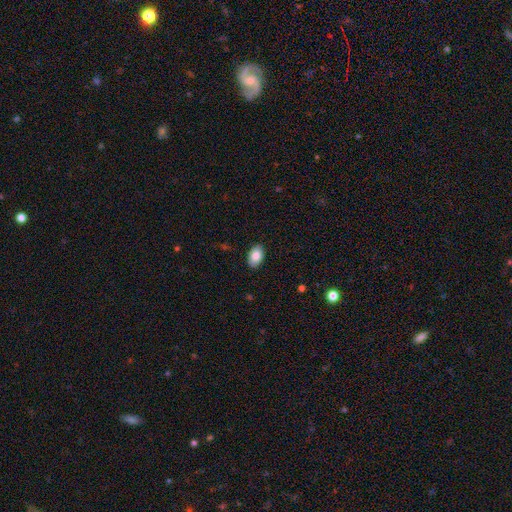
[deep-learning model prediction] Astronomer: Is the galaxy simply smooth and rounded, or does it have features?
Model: smooth — 84%.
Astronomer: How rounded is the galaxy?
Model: in between — 92%.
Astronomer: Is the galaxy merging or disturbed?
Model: none — 89%.